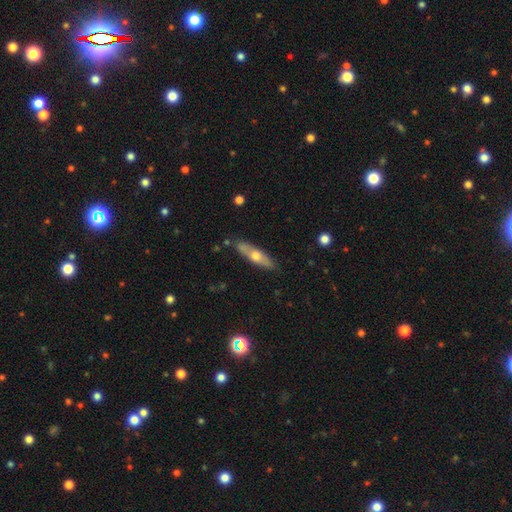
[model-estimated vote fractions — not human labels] A featured or disk galaxy (48%). Merging: none (84%).